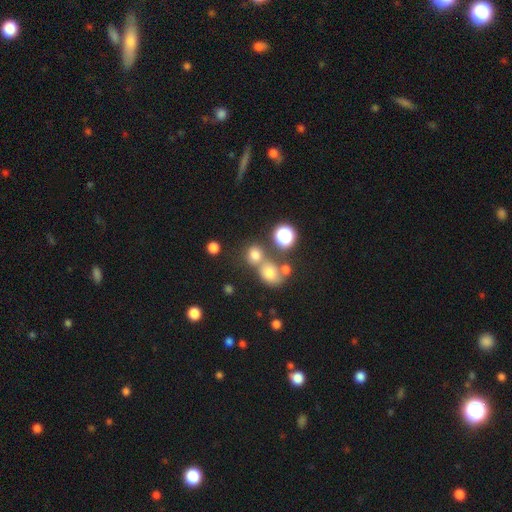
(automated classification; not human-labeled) smooth 68%, star or artifact 21%, featured or disk 11%. Down the decision tree: how rounded — round (79%); merging — none (51%).